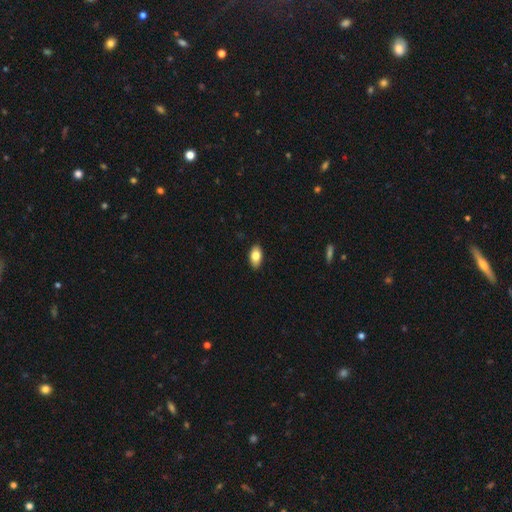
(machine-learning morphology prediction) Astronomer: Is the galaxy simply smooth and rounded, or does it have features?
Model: smooth — 80%.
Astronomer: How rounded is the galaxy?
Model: in between — 91%.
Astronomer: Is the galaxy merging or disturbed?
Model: none — 89%.